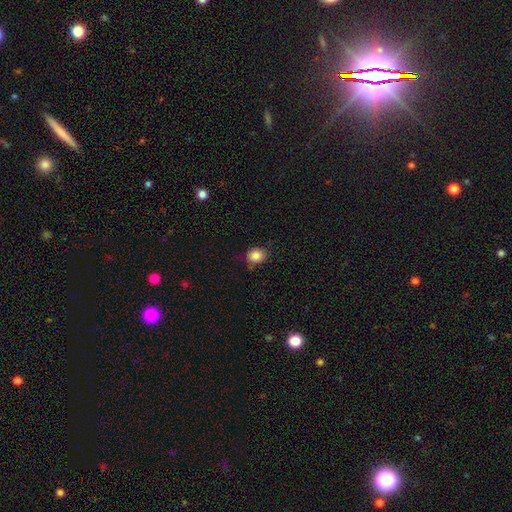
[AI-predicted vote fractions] smooth_or_featured: smooth (p=0.85) [alt: star or artifact p=0.10]
how_rounded: round (p=0.64) [alt: in between p=0.35]
merging: none (p=0.76) [alt: minor disturbance p=0.18]